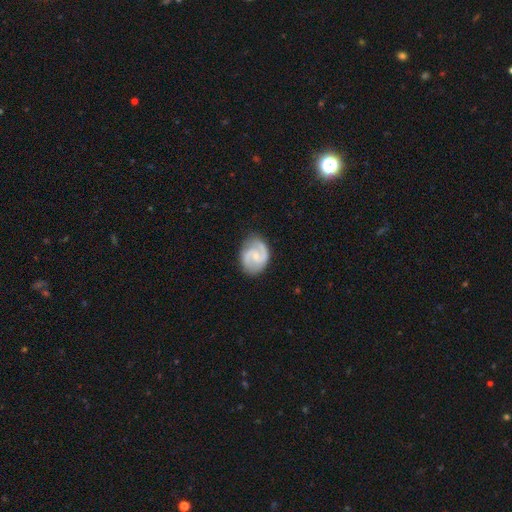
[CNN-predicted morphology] Smooth or featured? featured or disk (83%)
Edge-on disk? no (98%)
Bar? weak (47%)
Spiral arms? yes (96%)
Spiral winding? medium (54%)
Spiral arm count? 2 (90%)
Bulge size? small (62%)
Merging? none (81%)